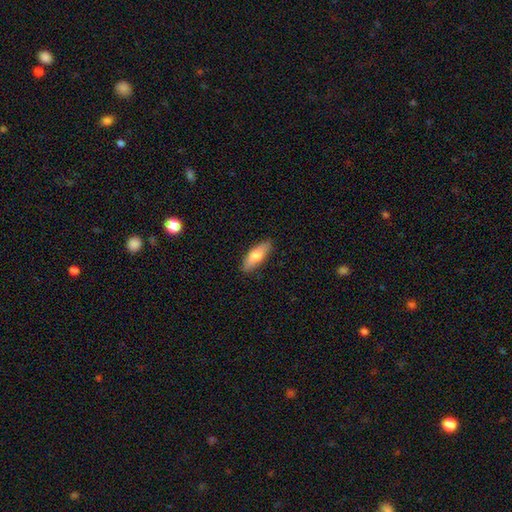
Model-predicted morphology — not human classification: This is likely a smooth galaxy (73%). How rounded: likely in between (63%). Merging: clearly none (87%).